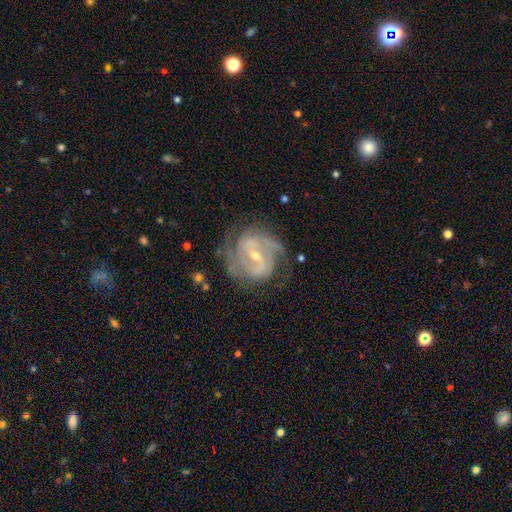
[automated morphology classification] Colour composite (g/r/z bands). It shows a featured or disk galaxy (90%) with a weak bar (45%), 2 (54%) tight (52%) spiral arms (97%) and a small central bulge (56%). Merging: none (72%).